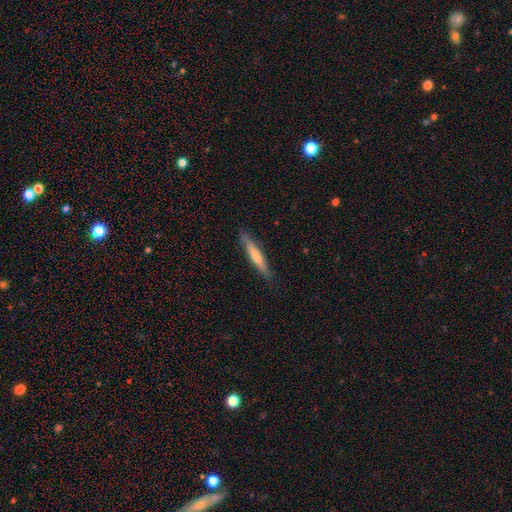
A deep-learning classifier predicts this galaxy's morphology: Overall: featured or disk (47%, tied with smooth). Merging: none (88%).